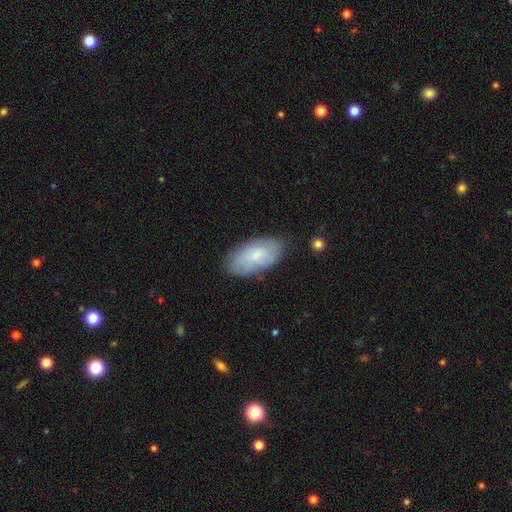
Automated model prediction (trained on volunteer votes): This appears to be a smooth galaxy with no disk features (63%) that is in between round and cigar-shaped (93%). Merging: none (76%).